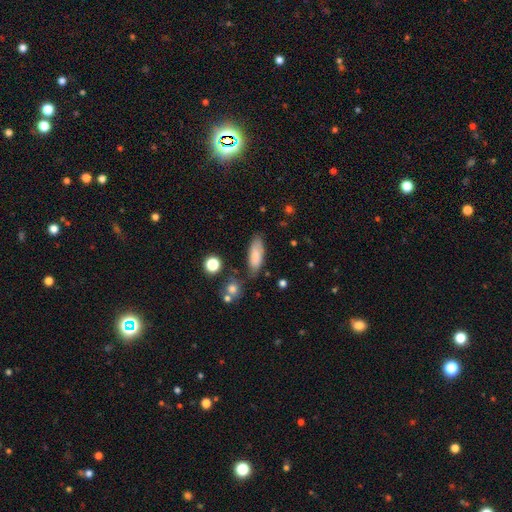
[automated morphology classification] Smooth or featured? Predicted: smooth (p=0.80). How rounded? Predicted: in between (p=0.70). Merging? Predicted: none (p=0.71).